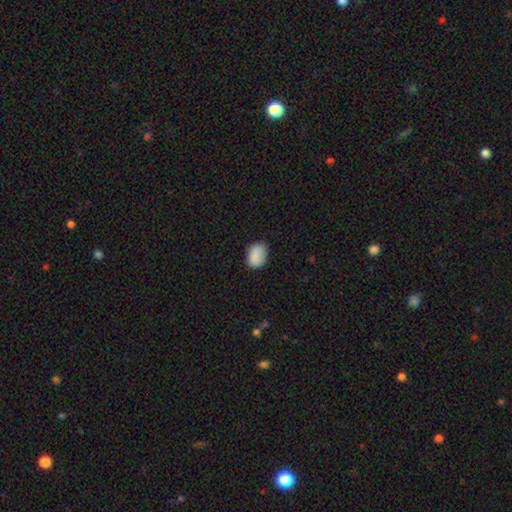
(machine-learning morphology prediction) A smooth galaxy with no disk features (86%) that is in between round and cigar-shaped (73%).

Vote fractions:
- Smooth or featured? smooth: 86% / star or artifact: 8% / featured or disk: 6%
- How rounded? in between: 73% / round: 26% / cigar-shaped: 1%
- Merging? none: 73% / minor disturbance: 21% / major disturbance: 4% / merger: 2%